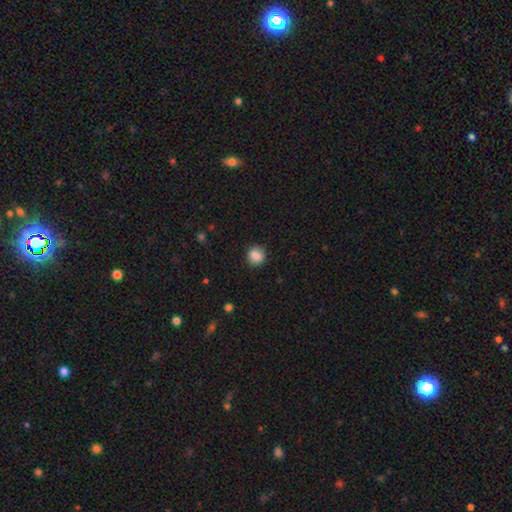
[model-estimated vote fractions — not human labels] This is clearly a smooth galaxy (85%). How rounded: likely round (76%). Merging: clearly none (87%).